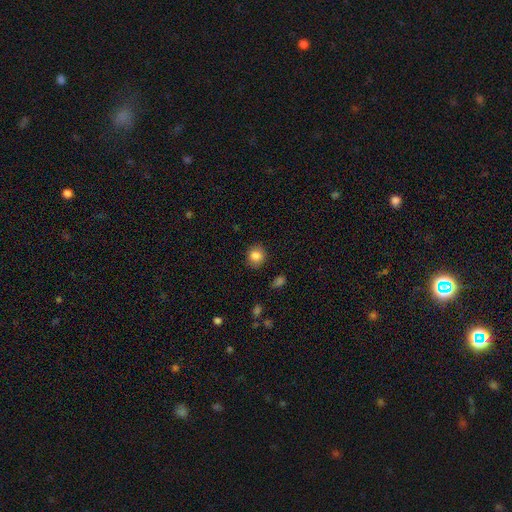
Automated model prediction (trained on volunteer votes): Morphology: type=smooth (85%); roundness=round (84%); merging=none (87%).